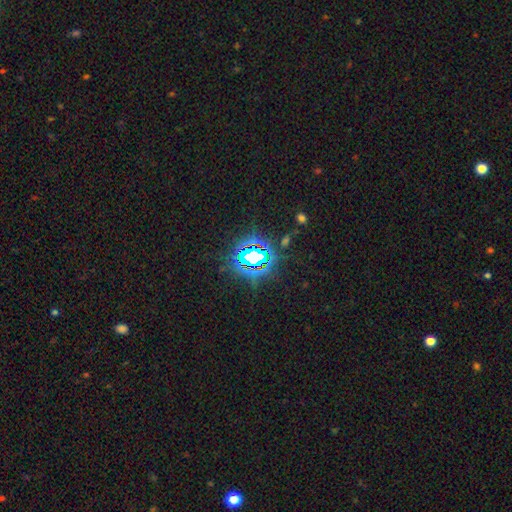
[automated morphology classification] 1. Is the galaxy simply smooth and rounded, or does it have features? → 75% star or artifact, 13% smooth, 11% featured or disk.